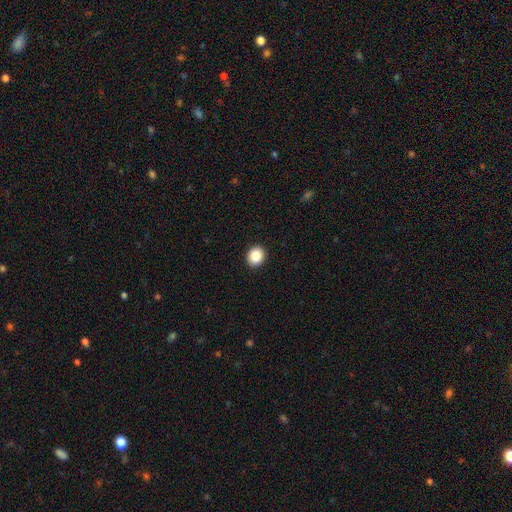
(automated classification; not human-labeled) A smooth galaxy with no disk features (88%) that is round (62%). Merging: none (92%).